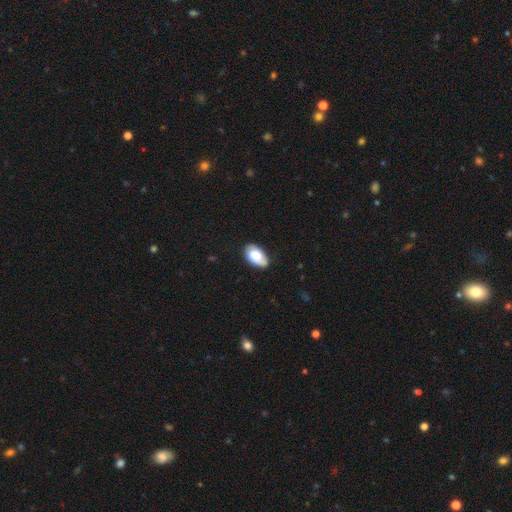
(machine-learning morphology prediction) A smooth galaxy with no disk features (76%) that is in between round and cigar-shaped (95%).

Vote fractions:
- Smooth or featured? smooth: 76% / featured or disk: 18% / star or artifact: 7%
- How rounded? in between: 95% / round: 4% / cigar-shaped: 2%
- Merging? none: 68% / minor disturbance: 25% / major disturbance: 5% / merger: 2%